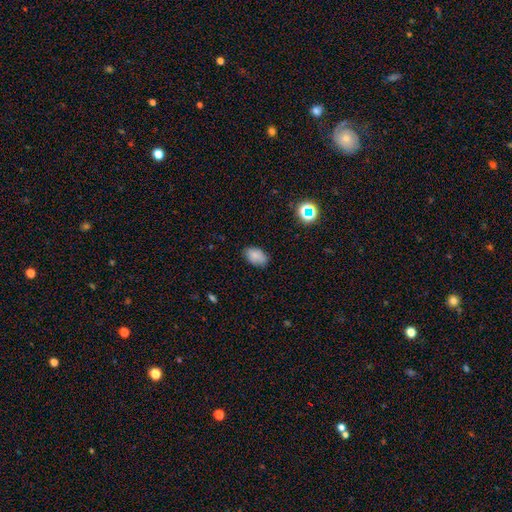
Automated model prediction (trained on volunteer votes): Smooth or featured? Predicted: smooth (p=0.83). How rounded? Predicted: in between (p=0.89). Merging? Predicted: none (p=0.81).